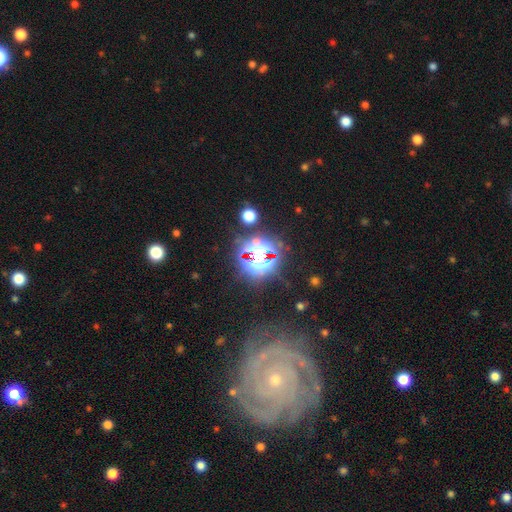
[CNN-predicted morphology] Smooth or featured: star or artifact — 70% (smooth — 19%)